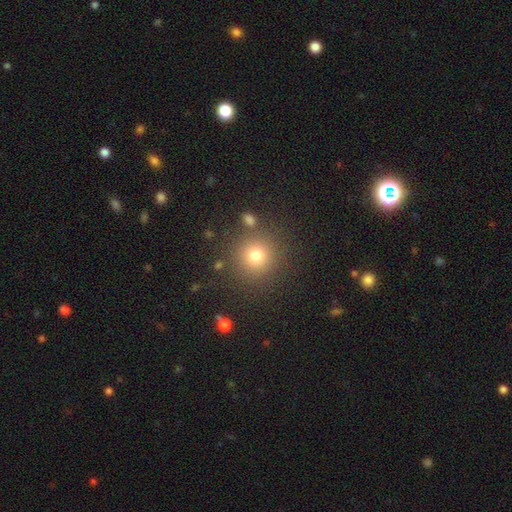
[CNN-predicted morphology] Smooth or featured: smooth — 76% (star or artifact — 15%)
How rounded: round — 93% (in between — 6%)
Merging: none — 84% (minor disturbance — 8%)